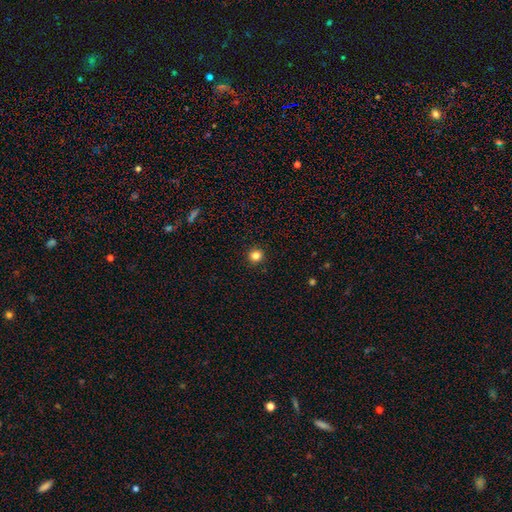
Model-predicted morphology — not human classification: smooth_or_featured: smooth (p=0.83) [alt: star or artifact p=0.12]
how_rounded: round (p=0.93) [alt: in between p=0.06]
merging: none (p=0.93) [alt: minor disturbance p=0.04]